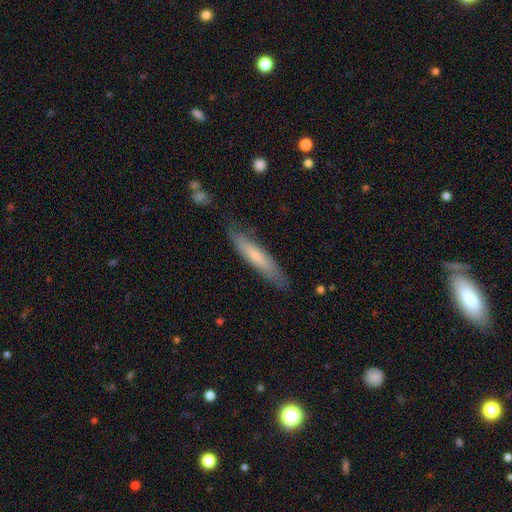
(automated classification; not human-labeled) This is likely a smooth galaxy (62%). How rounded: clearly cigar-shaped (86%). Merging: likely none (78%).